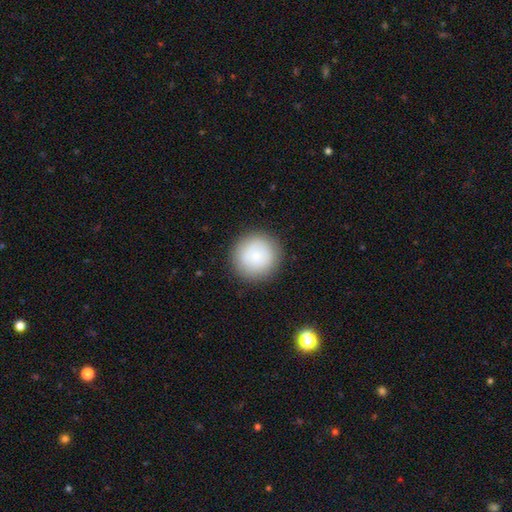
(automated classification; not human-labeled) Smooth or featured? Predicted: smooth (p=0.83). How rounded? Predicted: round (p=0.95). Merging? Predicted: none (p=0.88).